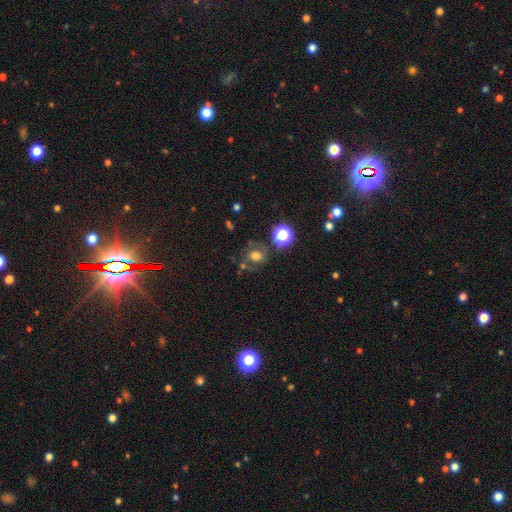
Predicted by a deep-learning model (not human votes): Smooth or featured? Predicted: smooth (p=0.55). How rounded? Predicted: round (p=0.71). Merging? Predicted: none (p=0.64).